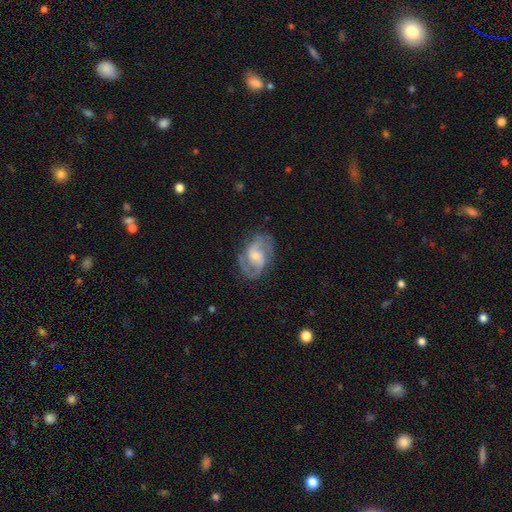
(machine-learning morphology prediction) This is clearly a featured or disk galaxy (87%). It is clearly not viewed edge-on (98%). Bar: possibly weak (50%). Spiral arm pattern: clearly yes (96%). Spiral arm count: clearly 2 (85%). Spiral winding: possibly medium (56%). Central bulge: possibly small (49%). Merging: likely none (74%).